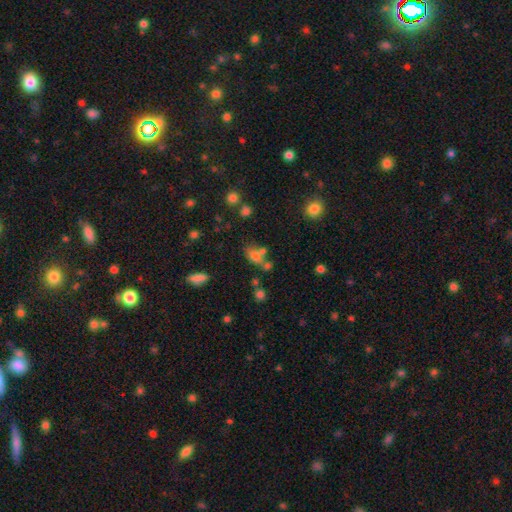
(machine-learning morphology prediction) smooth 69%, star or artifact 16%, featured or disk 15%. Down the decision tree: how rounded — in between (73%); merging — none (42%).